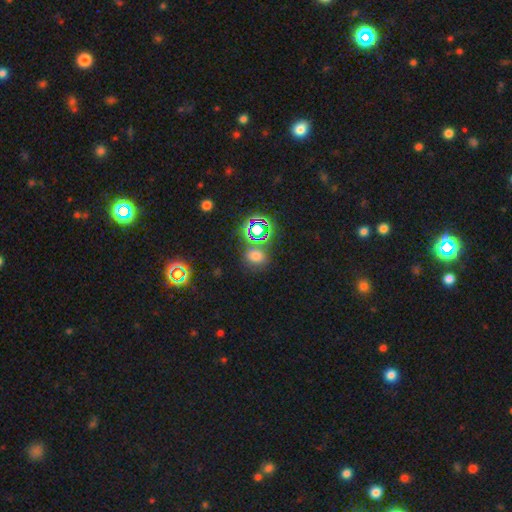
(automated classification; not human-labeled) smooth 57%, star or artifact 36%, featured or disk 7%. Down the decision tree: how rounded — round (66%); merging — none (74%).